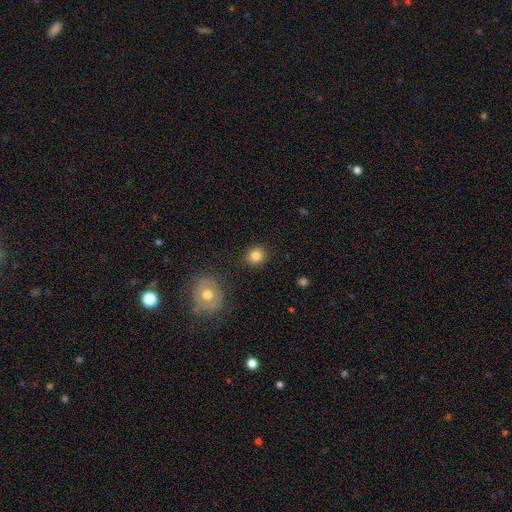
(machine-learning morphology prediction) Overall: smooth (82%). How rounded: round (84%). Merging: none (89%).